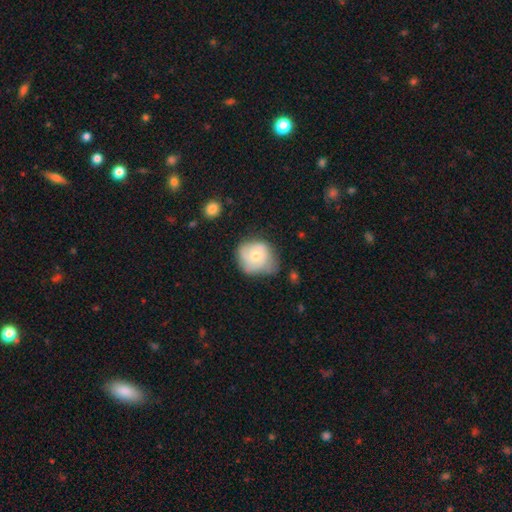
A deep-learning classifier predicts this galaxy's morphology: Q: Smooth or featured?
A: featured or disk (51%); runner-up: smooth (42%)
Q: Edge-on disk?
A: no (98%); runner-up: yes (2%)
Q: Bar?
A: no (78%); runner-up: weak (19%)
Q: Spiral arms?
A: yes (79%); runner-up: no (21%)
Q: Bulge size?
A: moderate (50%); runner-up: small (44%)
Q: Merging?
A: none (49%); runner-up: minor disturbance (34%)